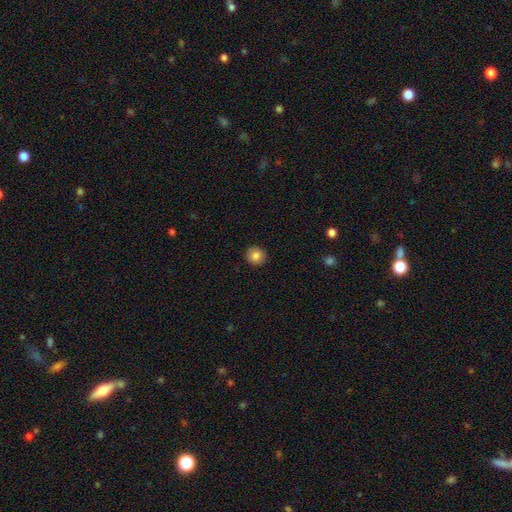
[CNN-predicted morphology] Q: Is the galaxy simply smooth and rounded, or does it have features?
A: smooth — 84%.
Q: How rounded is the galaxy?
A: round — 87%.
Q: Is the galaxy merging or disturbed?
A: none — 90%.